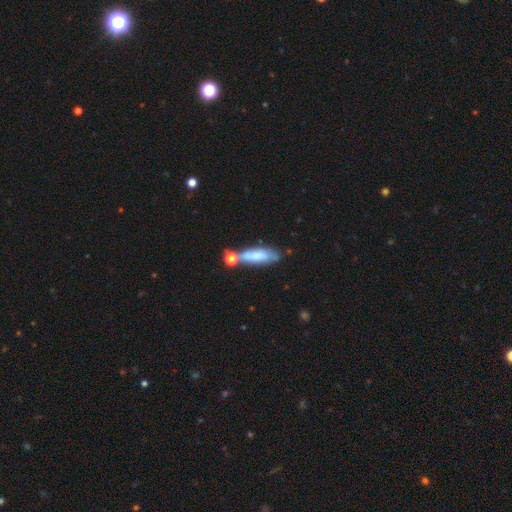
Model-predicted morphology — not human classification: smooth 67%, featured or disk 26%, star or artifact 8%. Down the decision tree: how rounded — cigar-shaped (53%); merging — none (50%).